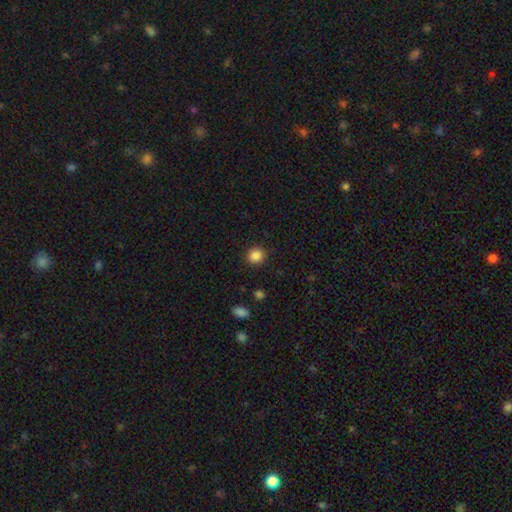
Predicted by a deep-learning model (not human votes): Overall: smooth (87%). How rounded: round (90%). Merging: none (91%).